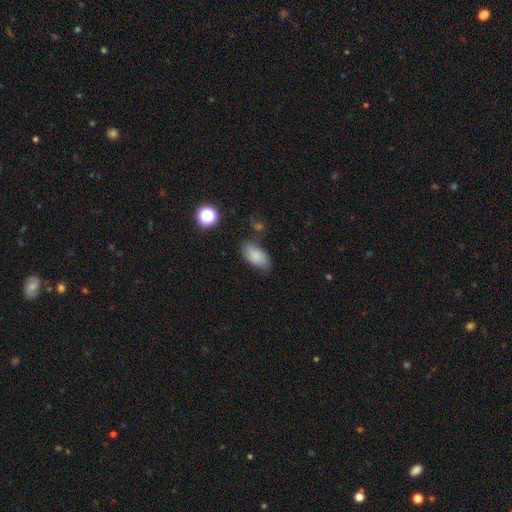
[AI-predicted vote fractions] Smooth or featured? Predicted: smooth (p=0.80). How rounded? Predicted: in between (p=0.92). Merging? Predicted: none (p=0.68).